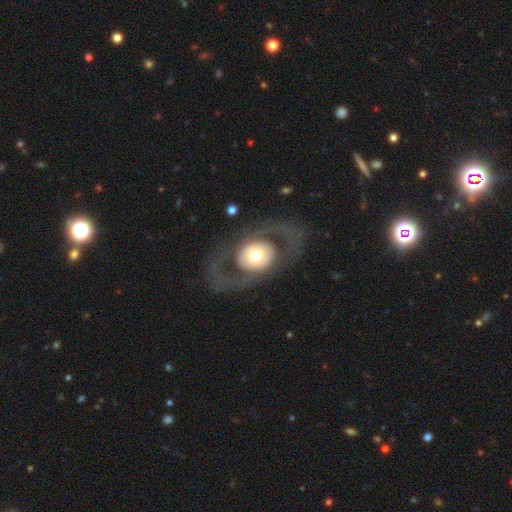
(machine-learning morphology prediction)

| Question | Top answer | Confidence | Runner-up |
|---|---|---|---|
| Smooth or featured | featured or disk | 67% | smooth (28%) |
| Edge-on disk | no | 92% | yes (8%) |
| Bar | no | 79% | weak (14%) |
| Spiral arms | no | 62% | yes (38%) |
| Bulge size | moderate | 49% | large (37%) |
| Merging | none | 73% | major disturbance (15%) |